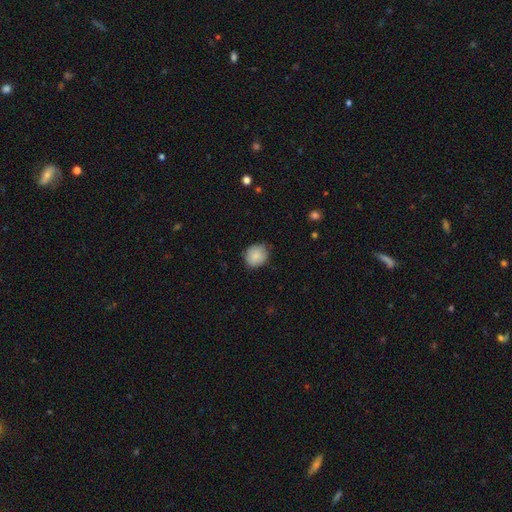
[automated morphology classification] Smooth or featured?
  - smooth: 86% *
  - star or artifact: 7%
  - featured or disk: 7%
How rounded?
  - round: 74% *
  - in between: 25%
  - cigar-shaped: 1%
Merging?
  - none: 75% *
  - minor disturbance: 21%
  - major disturbance: 3%
  - merger: 1%